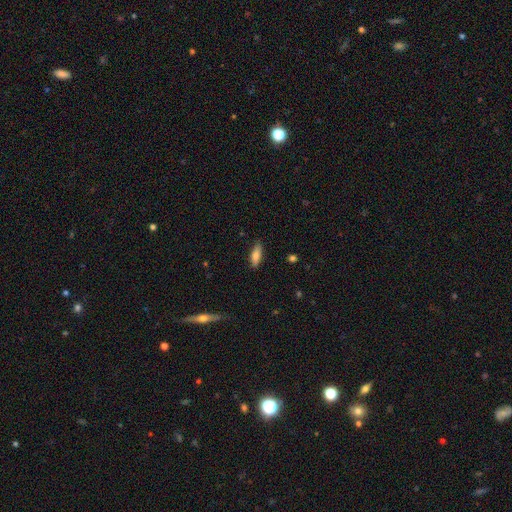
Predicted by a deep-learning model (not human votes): smooth 73%, featured or disk 20%, star or artifact 7%. Down the decision tree: how rounded — in between (51%); merging — none (85%).